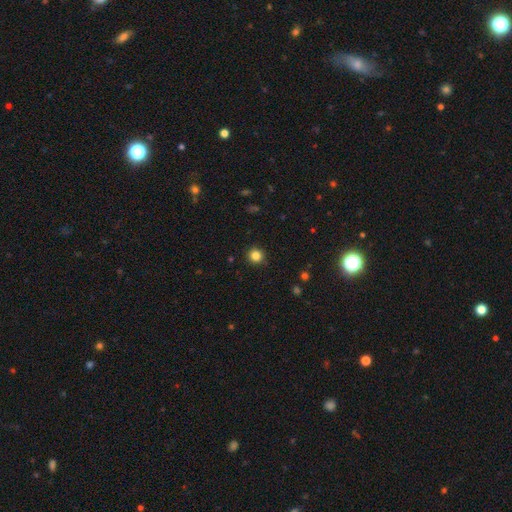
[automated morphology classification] Smooth or featured: smooth — 84% (star or artifact — 12%)
How rounded: round — 94% (in between — 5%)
Merging: none — 92% (minor disturbance — 5%)